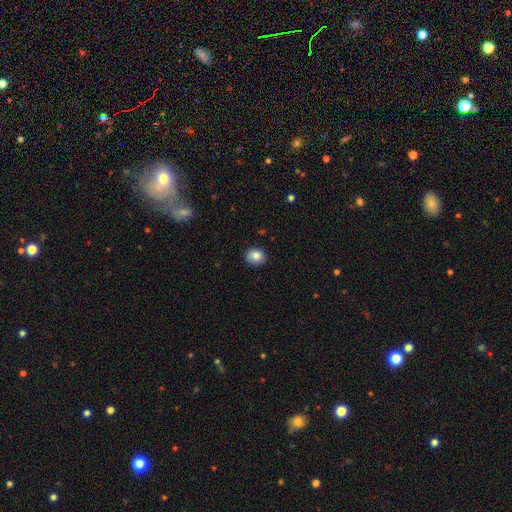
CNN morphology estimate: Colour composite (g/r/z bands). It shows a smooth galaxy with no disk features (85%) that is round (72%). Merging: none (88%).